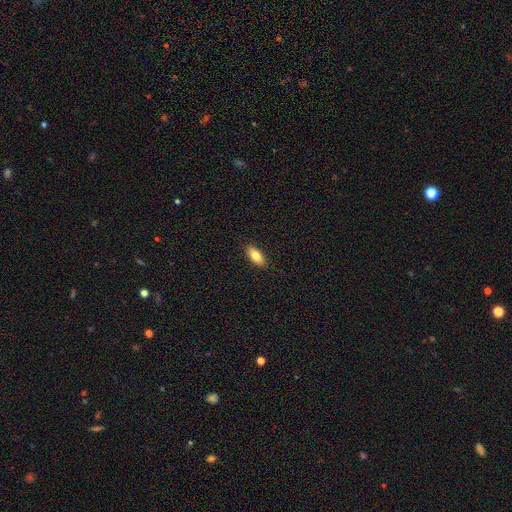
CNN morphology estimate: A smooth galaxy with no disk features (78%) that is in between round and cigar-shaped (86%).

Vote fractions:
- Smooth or featured? smooth: 78% / featured or disk: 15% / star or artifact: 7%
- How rounded? in between: 86% / cigar-shaped: 11% / round: 3%
- Merging? none: 88% / minor disturbance: 9% / major disturbance: 2% / merger: 1%